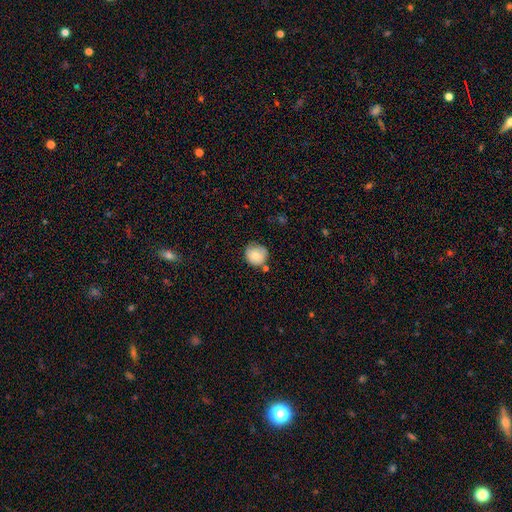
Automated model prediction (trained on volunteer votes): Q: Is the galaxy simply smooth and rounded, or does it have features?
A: smooth — 80%.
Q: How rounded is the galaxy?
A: round — 91%.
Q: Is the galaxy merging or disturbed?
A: none — 70%.